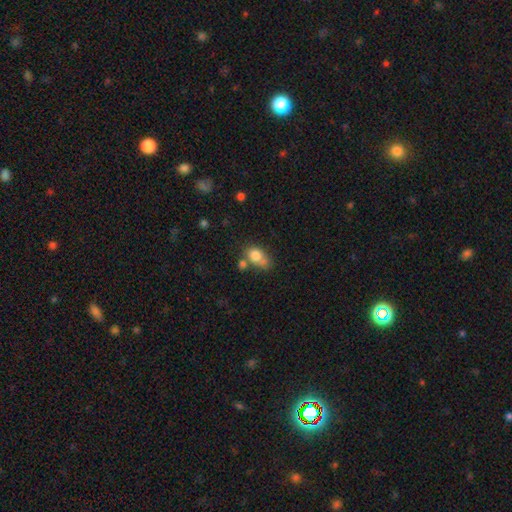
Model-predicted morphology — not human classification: This appears to be a smooth galaxy with no disk features (77%) that is in between round and cigar-shaped (73%). Merging: none (36%).